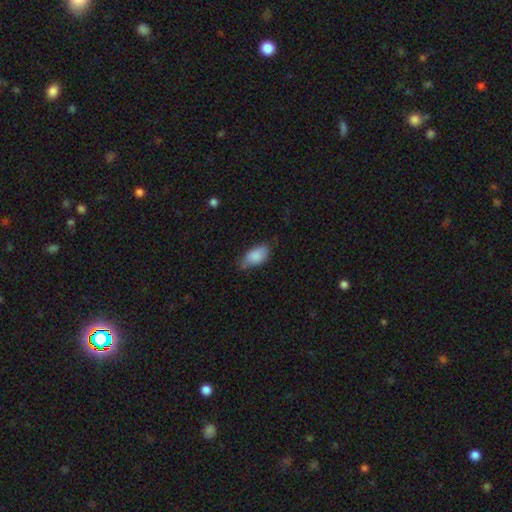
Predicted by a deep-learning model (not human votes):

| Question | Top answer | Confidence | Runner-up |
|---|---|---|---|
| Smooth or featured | smooth | 85% | featured or disk (8%) |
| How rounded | in between | 92% | cigar-shaped (5%) |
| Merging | none | 59% | minor disturbance (33%) |